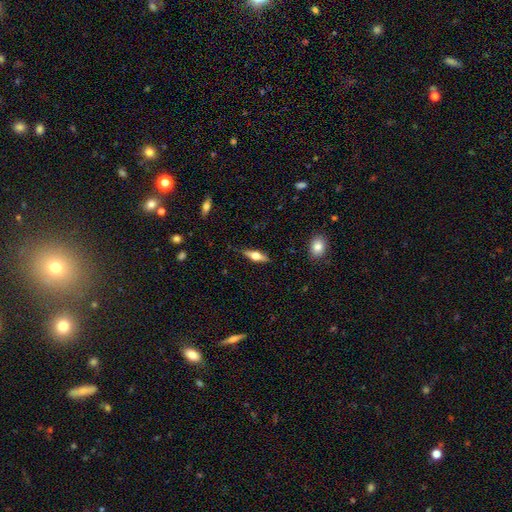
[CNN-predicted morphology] A featured or disk galaxy (55%) viewed edge-on (94%) with a rounded central bulge (93%).

Vote fractions:
- Smooth or featured? featured or disk: 55% / smooth: 38% / star or artifact: 6%
- Edge-on disk? yes: 94% / no: 6%
- Edge-on bulge? rounded: 93% / boxy: 5% / none: 2%
- Merging? none: 86% / minor disturbance: 11% / major disturbance: 2% / merger: 1%